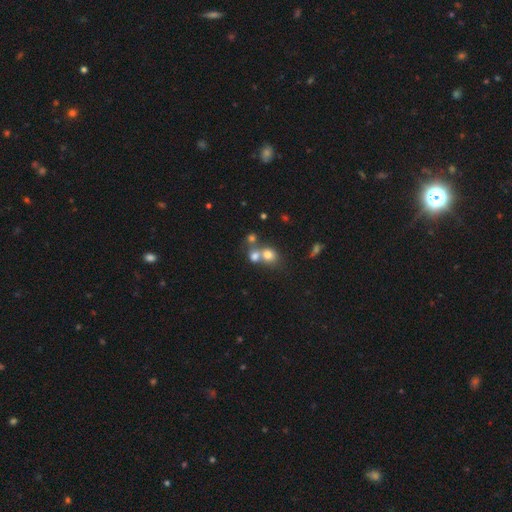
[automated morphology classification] This appears to be a smooth galaxy with no disk features (70%) that is round (76%). Merging: merger (52%).